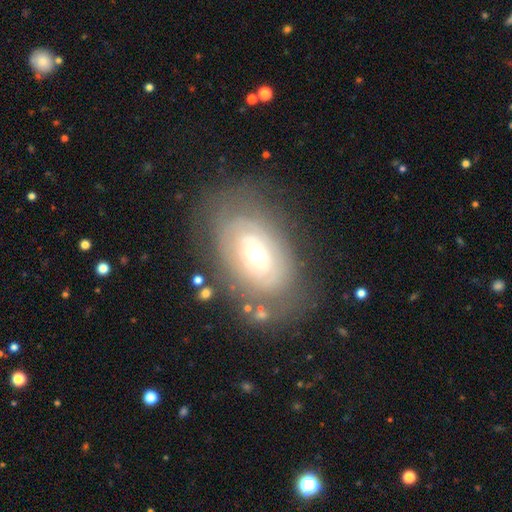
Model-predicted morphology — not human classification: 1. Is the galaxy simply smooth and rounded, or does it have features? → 64% featured or disk, 28% smooth, 7% star or artifact.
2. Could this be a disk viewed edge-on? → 93% no, 7% yes.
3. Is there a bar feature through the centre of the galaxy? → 70% no, 23% weak, 7% strong.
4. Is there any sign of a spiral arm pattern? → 58% yes, 42% no.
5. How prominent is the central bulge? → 57% moderate, 34% small, 6% large, 1% dominant, 1% none.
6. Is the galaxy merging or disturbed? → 71% none, 18% minor disturbance, 9% major disturbance, 3% merger.